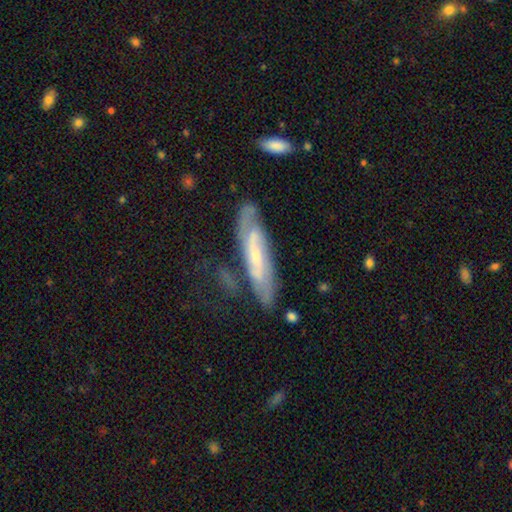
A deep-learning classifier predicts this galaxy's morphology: Smooth or featured: featured or disk — 72% (smooth — 21%)
Edge-on disk: no — 71% (yes — 29%)
Bar: weak — 40% (no — 36%)
Spiral arms: yes — 89% (no — 11%)
Bulge size: small — 62% (moderate — 28%)
Merging: none — 68% (minor disturbance — 19%)